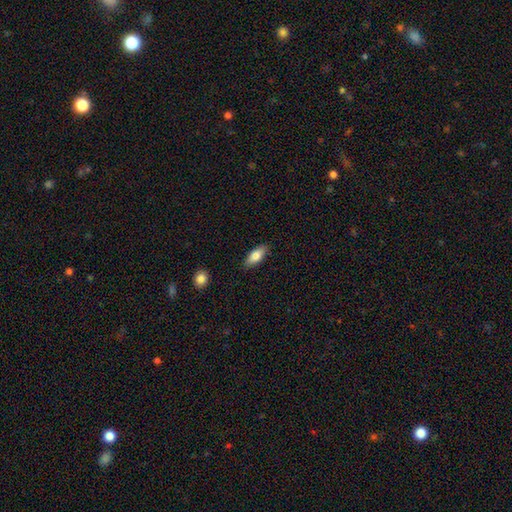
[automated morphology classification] Overall: smooth (78%). How rounded: in between (82%). Merging: none (86%).